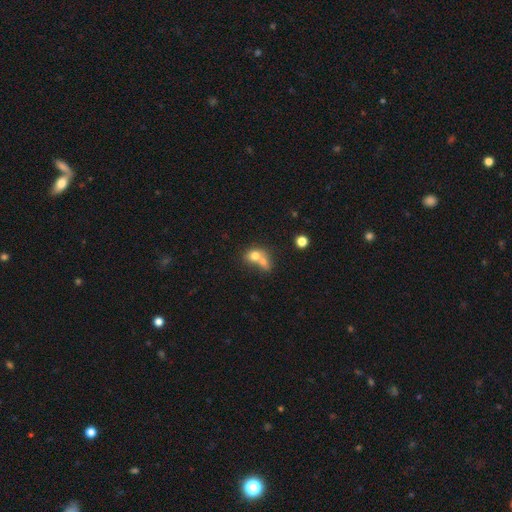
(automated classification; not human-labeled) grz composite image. It shows a smooth galaxy with no disk features (72%) that is in between round and cigar-shaped (50%). Merging: merger (67%).